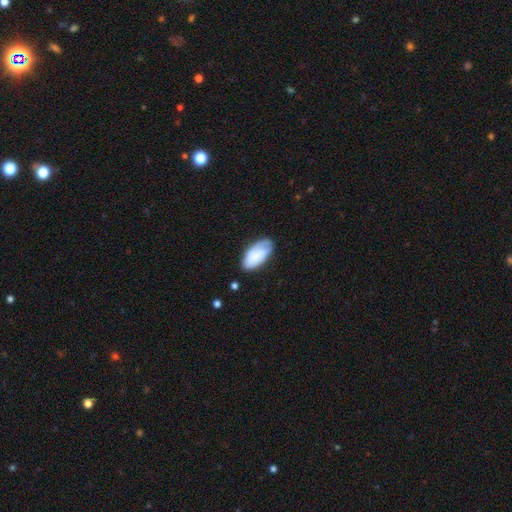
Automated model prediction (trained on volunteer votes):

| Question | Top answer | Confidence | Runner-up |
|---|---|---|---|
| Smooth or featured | smooth | 77% | featured or disk (17%) |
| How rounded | in between | 95% | cigar-shaped (3%) |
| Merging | none | 68% | minor disturbance (24%) |